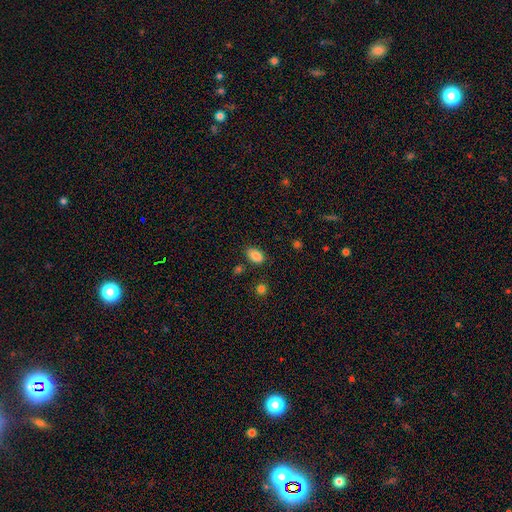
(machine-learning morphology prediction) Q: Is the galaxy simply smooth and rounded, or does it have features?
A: smooth — 87%.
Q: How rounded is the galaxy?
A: in between — 88%.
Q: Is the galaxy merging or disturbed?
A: none — 78%.